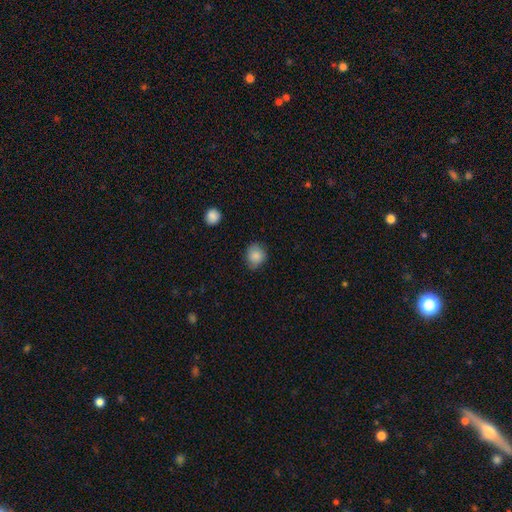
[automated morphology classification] smooth-or-featured: smooth: 86% | star or artifact: 9% | featured or disk: 6%
  how-rounded: round: 72% | in between: 27% | cigar-shaped: 1%
  merging: none: 74% | minor disturbance: 21% | major disturbance: 4% | merger: 1%